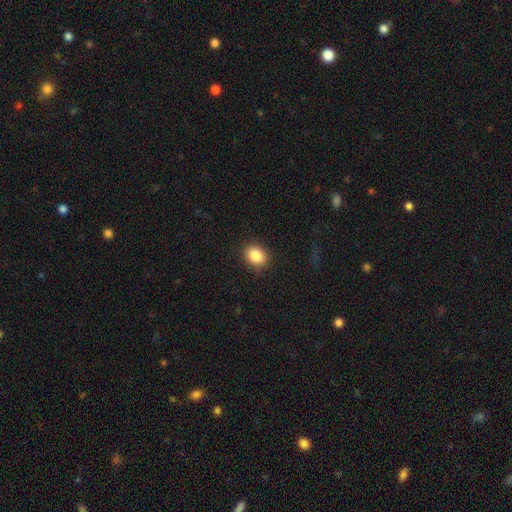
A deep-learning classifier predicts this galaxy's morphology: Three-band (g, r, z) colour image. It shows a smooth galaxy with no disk features (86%) that is in between round and cigar-shaped (53%). Merging: none (87%).